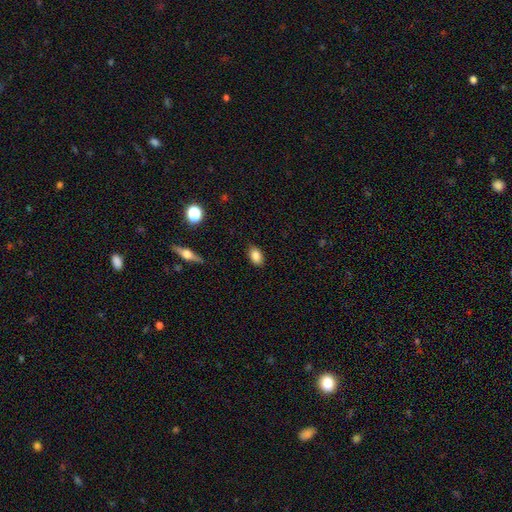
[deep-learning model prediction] Smooth or featured?
  - smooth: 83% *
  - star or artifact: 8%
  - featured or disk: 8%
How rounded?
  - in between: 87% *
  - round: 11%
  - cigar-shaped: 2%
Merging?
  - none: 87% *
  - minor disturbance: 9%
  - major disturbance: 2%
  - merger: 1%